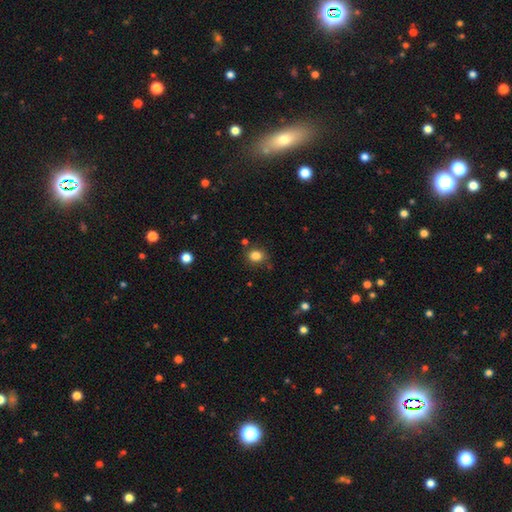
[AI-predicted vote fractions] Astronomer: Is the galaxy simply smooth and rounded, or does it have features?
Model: smooth — 83%.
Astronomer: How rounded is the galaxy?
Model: round — 71%.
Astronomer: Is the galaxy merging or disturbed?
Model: none — 78%.